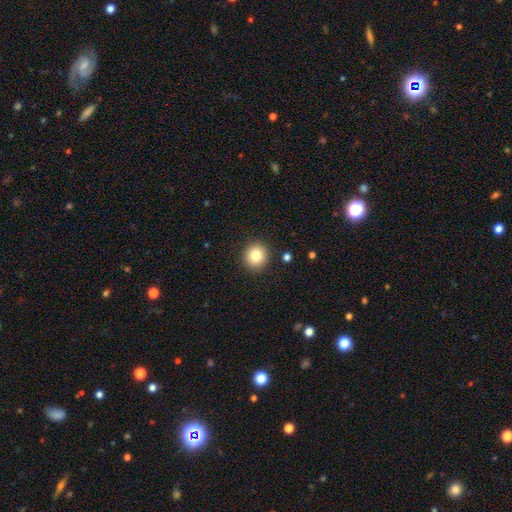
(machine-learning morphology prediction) A smooth galaxy with no disk features (82%) that is round (91%).

Vote fractions:
- Smooth or featured? smooth: 82% / star or artifact: 10% / featured or disk: 8%
- How rounded? round: 91% / in between: 8% / cigar-shaped: 1%
- Merging? none: 91% / minor disturbance: 6% / major disturbance: 2% / merger: 2%